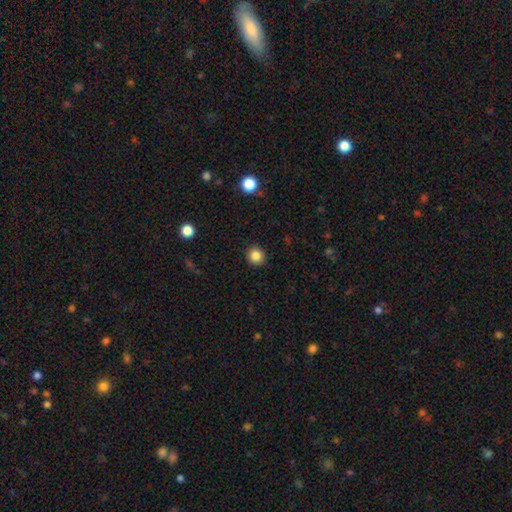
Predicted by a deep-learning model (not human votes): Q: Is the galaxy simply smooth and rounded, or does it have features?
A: smooth — 85%.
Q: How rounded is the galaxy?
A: round — 93%.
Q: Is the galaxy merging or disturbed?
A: none — 92%.